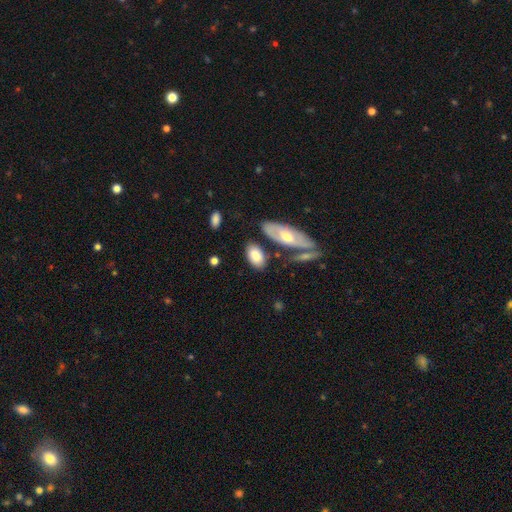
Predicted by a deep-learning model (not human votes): Smooth or featured? smooth (76%)
How rounded? in between (91%)
Merging? none (66%)